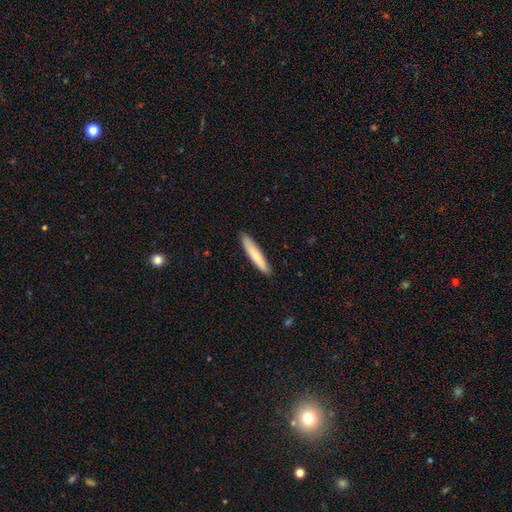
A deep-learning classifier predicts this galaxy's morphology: Smooth or featured?
  - smooth: 77% *
  - featured or disk: 18%
  - star or artifact: 5%
How rounded?
  - cigar-shaped: 91% *
  - in between: 8%
  - round: 1%
Merging?
  - none: 90% *
  - minor disturbance: 7%
  - major disturbance: 1%
  - merger: 1%